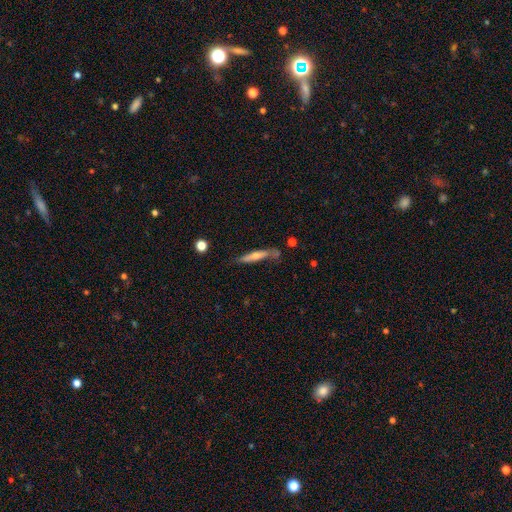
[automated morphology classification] Smooth or featured: featured or disk — 55% (smooth — 37%)
Edge-on disk: yes — 90% (no — 10%)
Merging: none — 70% (minor disturbance — 19%)